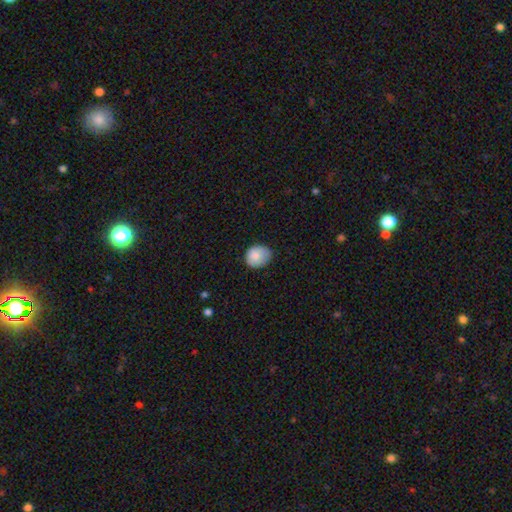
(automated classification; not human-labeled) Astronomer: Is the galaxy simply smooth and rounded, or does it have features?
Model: smooth — 85%.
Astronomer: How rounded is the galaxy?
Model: round — 68%.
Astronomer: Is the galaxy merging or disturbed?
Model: none — 67%.